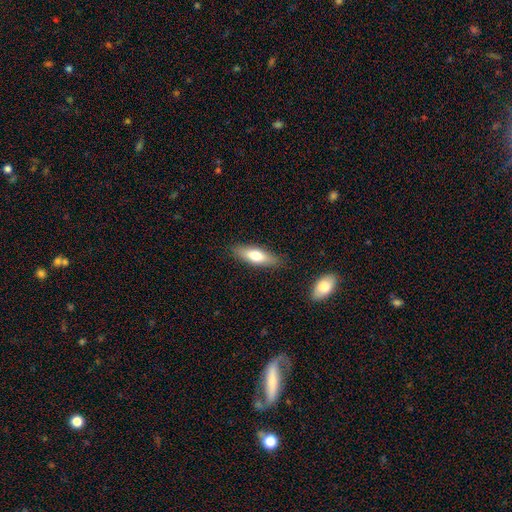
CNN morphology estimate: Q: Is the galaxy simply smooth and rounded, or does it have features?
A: smooth — 67%.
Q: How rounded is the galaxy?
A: in between — 50%.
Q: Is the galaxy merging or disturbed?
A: none — 86%.